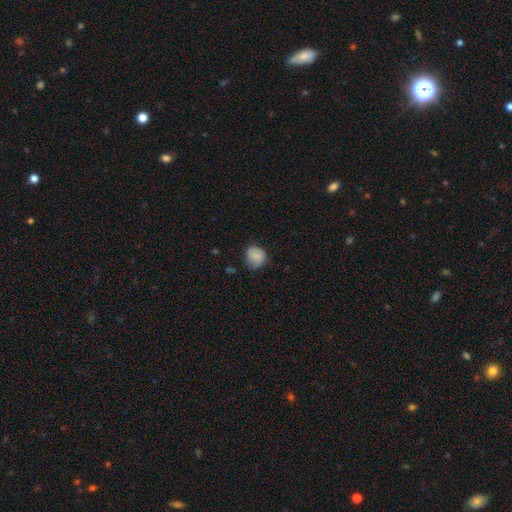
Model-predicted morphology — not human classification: This is clearly a smooth galaxy (84%). How rounded: likely round (75%). Merging: likely none (67%).